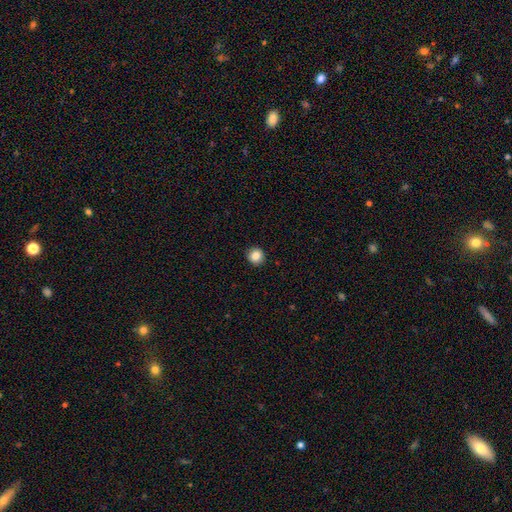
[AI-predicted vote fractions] Smooth or featured? Predicted: smooth (p=0.85). How rounded? Predicted: round (p=0.93). Merging? Predicted: none (p=0.92).